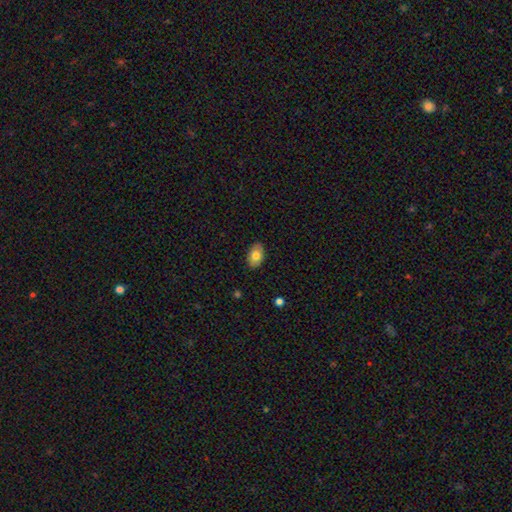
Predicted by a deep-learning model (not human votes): The model was most divided on "smooth or featured": smooth: 77%, featured or disk: 16%, star or artifact: 7%. More confident: how rounded — in between (90%); merging — none (87%).